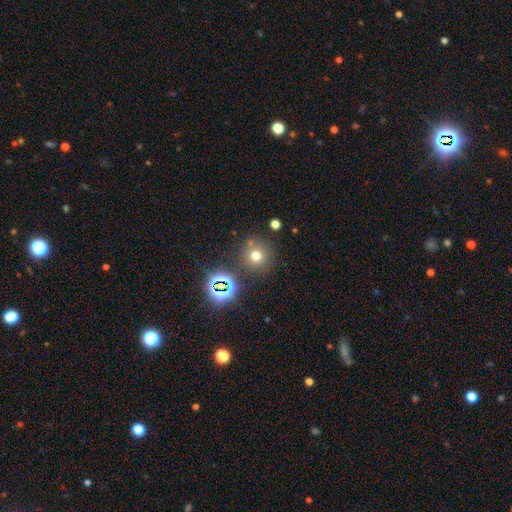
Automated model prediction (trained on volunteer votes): This appears to be a smooth galaxy with no disk features (66%) that is round (93%). Merging: none (81%).